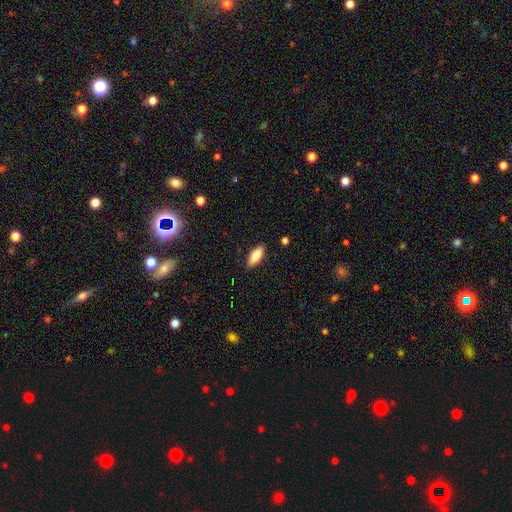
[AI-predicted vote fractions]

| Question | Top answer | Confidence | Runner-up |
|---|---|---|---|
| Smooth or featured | smooth | 77% | featured or disk (16%) |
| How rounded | in between | 77% | cigar-shaped (20%) |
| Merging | none | 85% | minor disturbance (12%) |